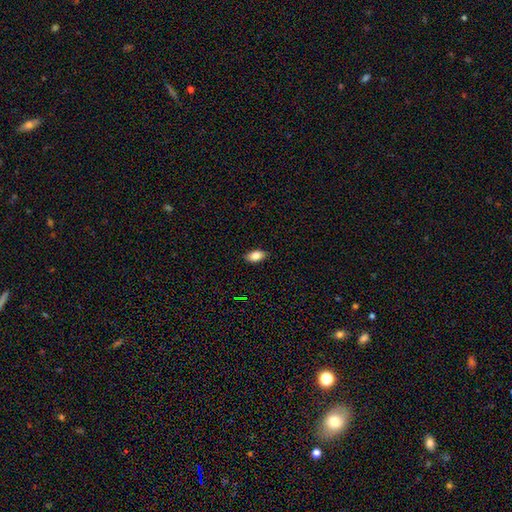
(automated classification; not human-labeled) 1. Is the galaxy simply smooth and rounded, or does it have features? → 85% smooth, 8% star or artifact, 7% featured or disk.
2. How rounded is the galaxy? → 91% in between, 6% round, 4% cigar-shaped.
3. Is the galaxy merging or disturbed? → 85% none, 12% minor disturbance, 2% major disturbance, 1% merger.